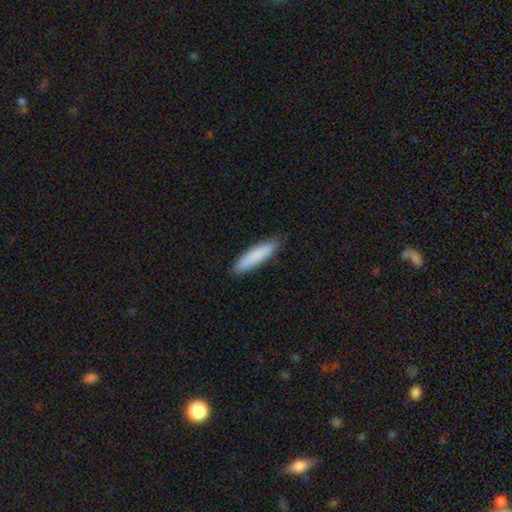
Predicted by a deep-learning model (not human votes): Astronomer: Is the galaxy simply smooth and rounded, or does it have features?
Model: smooth — 86%.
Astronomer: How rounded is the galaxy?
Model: cigar-shaped — 79%.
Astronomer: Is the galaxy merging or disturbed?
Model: none — 87%.